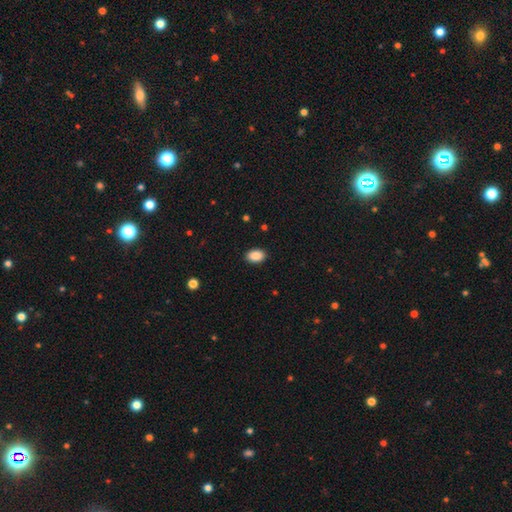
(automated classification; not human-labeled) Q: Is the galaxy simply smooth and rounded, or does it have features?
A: smooth — 89%.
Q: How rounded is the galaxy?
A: in between — 87%.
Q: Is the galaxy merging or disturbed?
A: none — 90%.